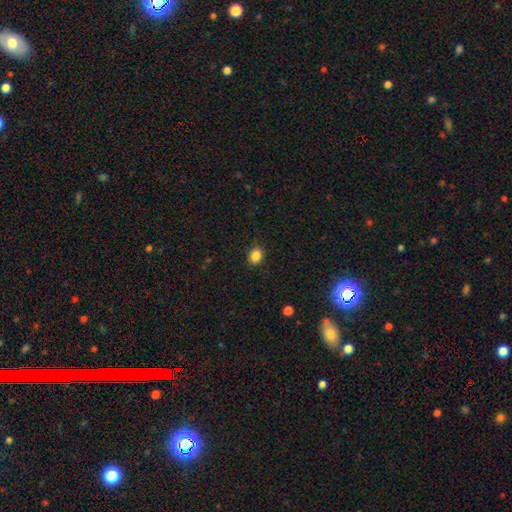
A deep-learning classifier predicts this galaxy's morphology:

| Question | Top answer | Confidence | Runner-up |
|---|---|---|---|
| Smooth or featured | smooth | 86% | star or artifact (11%) |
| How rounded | round | 63% | in between (36%) |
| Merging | none | 86% | minor disturbance (10%) |